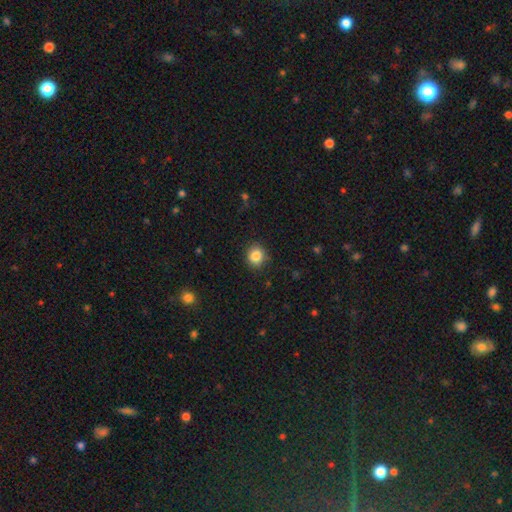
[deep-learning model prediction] Smooth or featured? smooth (85%)
How rounded? round (81%)
Merging? none (87%)